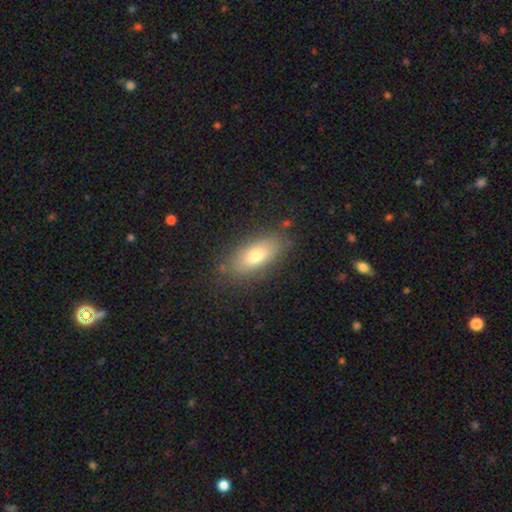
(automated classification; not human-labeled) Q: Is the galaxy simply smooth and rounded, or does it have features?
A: smooth — 72%.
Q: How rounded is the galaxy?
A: in between — 81%.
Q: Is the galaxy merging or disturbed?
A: none — 82%.